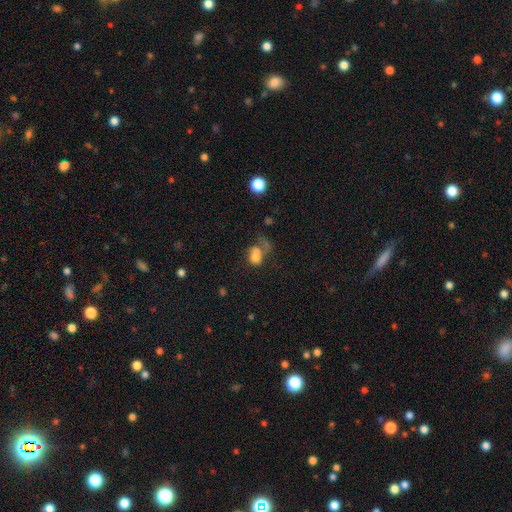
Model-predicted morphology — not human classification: Smooth or featured?
  - smooth: 66% *
  - featured or disk: 21%
  - star or artifact: 13%
How rounded?
  - in between: 57% *
  - round: 42%
  - cigar-shaped: 2%
Merging?
  - merger: 33% *
  - major disturbance: 29%
  - none: 24%
  - minor disturbance: 14%